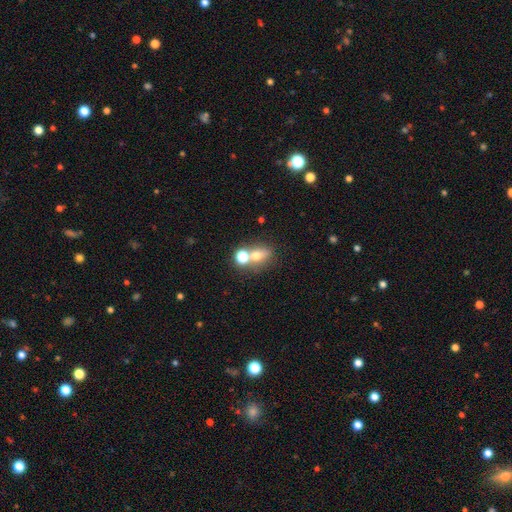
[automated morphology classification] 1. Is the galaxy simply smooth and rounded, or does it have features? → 65% smooth, 18% featured or disk, 17% star or artifact.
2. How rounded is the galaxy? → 51% in between, 46% round, 4% cigar-shaped.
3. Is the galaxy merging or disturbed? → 45% none, 41% merger, 9% minor disturbance, 5% major disturbance.